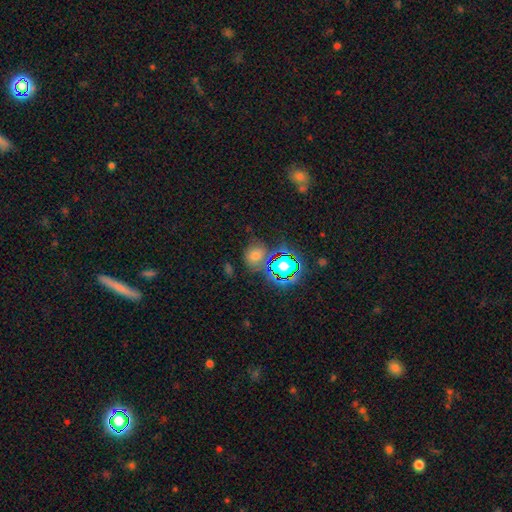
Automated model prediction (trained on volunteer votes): Smooth or featured: smooth — 53% (star or artifact — 38%)
How rounded: round — 72% (in between — 27%)
Merging: none — 70% (minor disturbance — 14%)